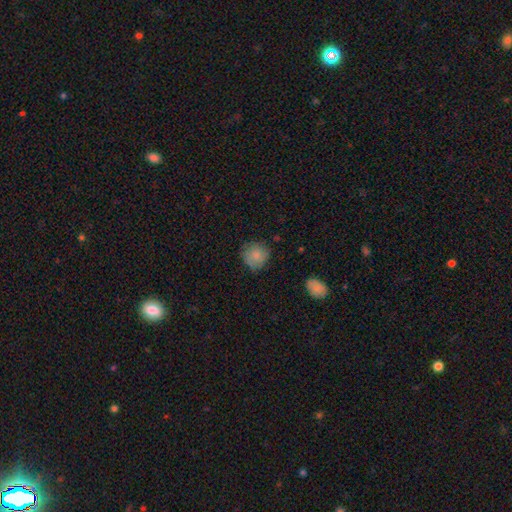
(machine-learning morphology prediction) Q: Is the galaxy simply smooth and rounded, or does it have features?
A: smooth — 82%.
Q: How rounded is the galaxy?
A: round — 89%.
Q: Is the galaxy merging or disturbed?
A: none — 71%.